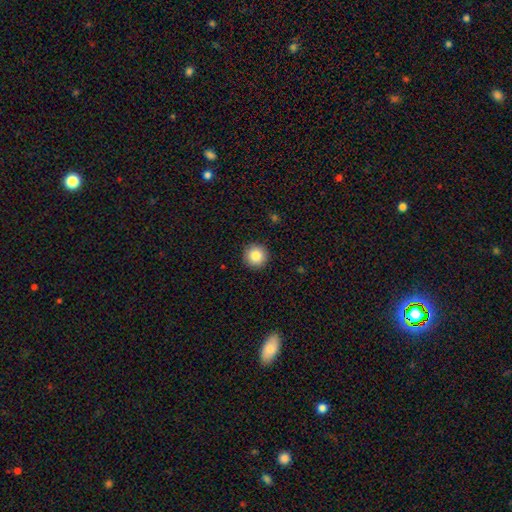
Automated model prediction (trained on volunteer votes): Smooth or featured: smooth — 84% (star or artifact — 9%)
How rounded: round — 96% (in between — 3%)
Merging: none — 93% (minor disturbance — 5%)